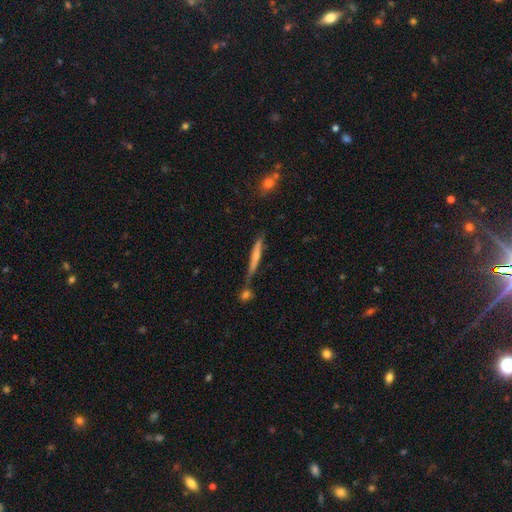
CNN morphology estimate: Q: Smooth or featured?
A: smooth (50%); runner-up: featured or disk (43%)
Q: Merging?
A: none (56%); runner-up: merger (21%)